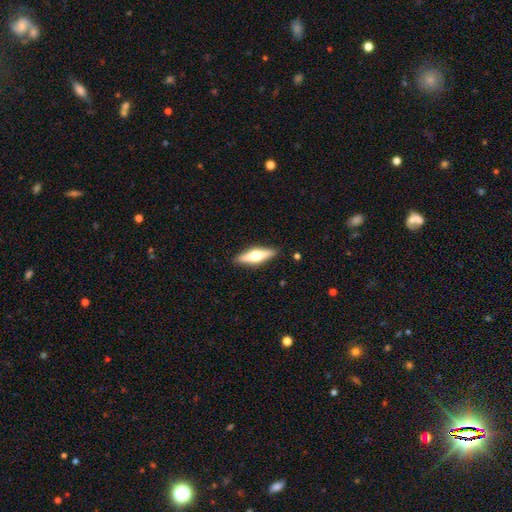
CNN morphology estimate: Smooth or featured? Predicted: featured or disk (p=0.60). Edge-on disk? Predicted: yes (p=0.95). Edge-on bulge? Predicted: rounded (p=0.95). Merging? Predicted: none (p=0.90).